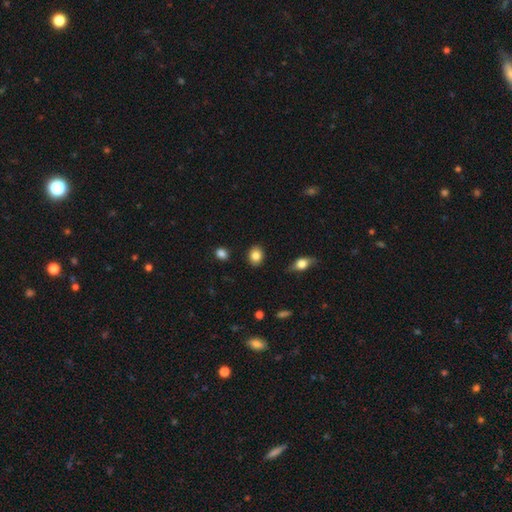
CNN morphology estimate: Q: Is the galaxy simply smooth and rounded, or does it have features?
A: smooth — 85%.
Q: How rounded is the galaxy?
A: in between — 50%.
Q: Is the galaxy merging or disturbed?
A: none — 88%.